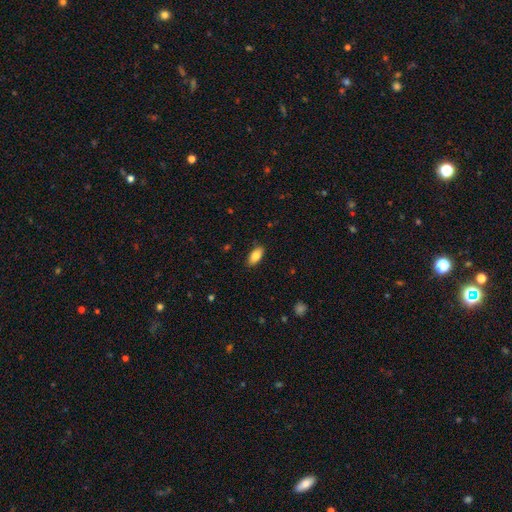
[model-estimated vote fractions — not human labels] Overall: smooth (85%). How rounded: in between (89%). Merging: none (88%).